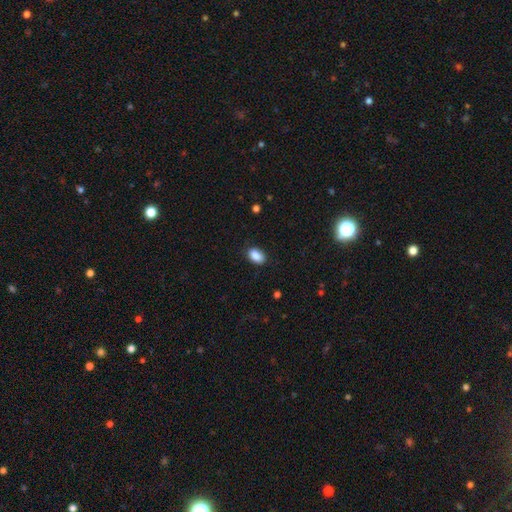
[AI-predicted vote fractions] A smooth galaxy with no disk features (89%) that is in between round and cigar-shaped (87%). Merging: none (85%).